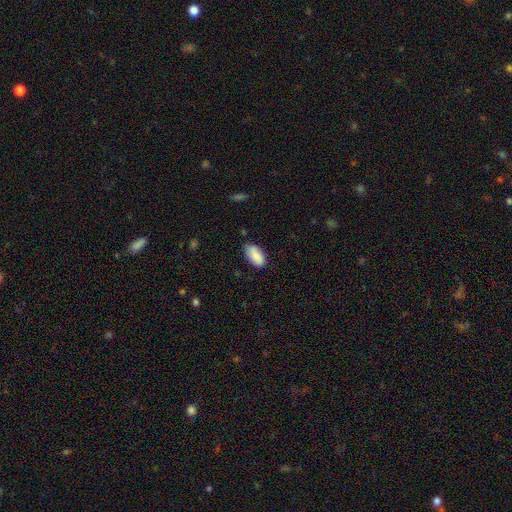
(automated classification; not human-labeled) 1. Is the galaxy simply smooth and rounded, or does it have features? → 86% smooth, 7% featured or disk, 7% star or artifact.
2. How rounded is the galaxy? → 94% in between, 3% cigar-shaped, 3% round.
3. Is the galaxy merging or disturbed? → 70% none, 24% minor disturbance, 4% major disturbance, 2% merger.